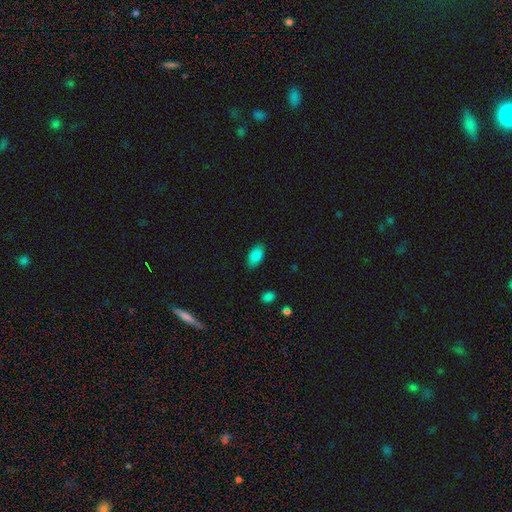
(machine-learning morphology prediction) Smooth or featured?
  - smooth: 87% *
  - star or artifact: 8%
  - featured or disk: 4%
How rounded?
  - in between: 93% *
  - round: 4%
  - cigar-shaped: 3%
Merging?
  - none: 84% *
  - minor disturbance: 12%
  - major disturbance: 3%
  - merger: 1%